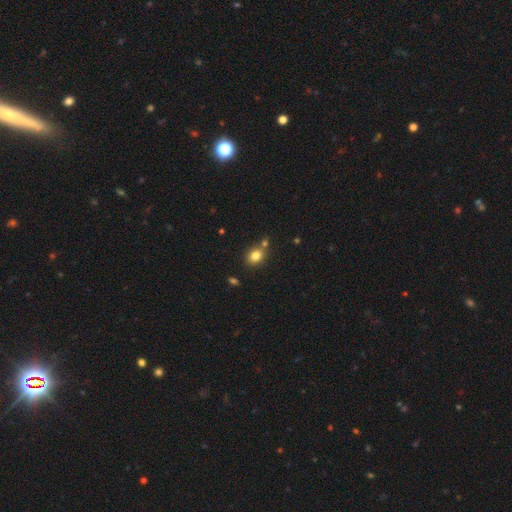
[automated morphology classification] This appears to be a smooth galaxy with no disk features (81%) that is round (52%). Merging: none (68%).